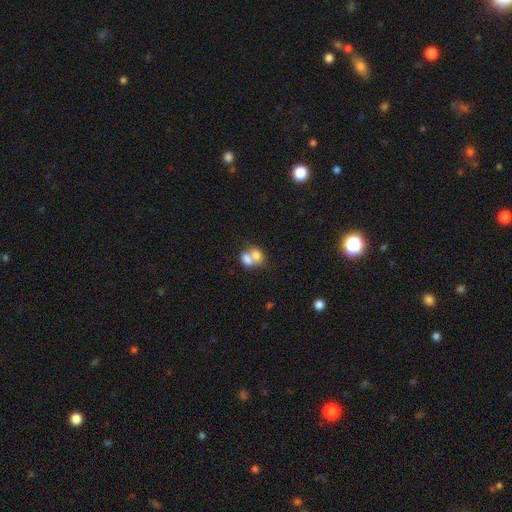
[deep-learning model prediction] Smooth or featured? Predicted: smooth (p=0.72). How rounded? Predicted: in between (p=0.68). Merging? Predicted: merger (p=0.71).